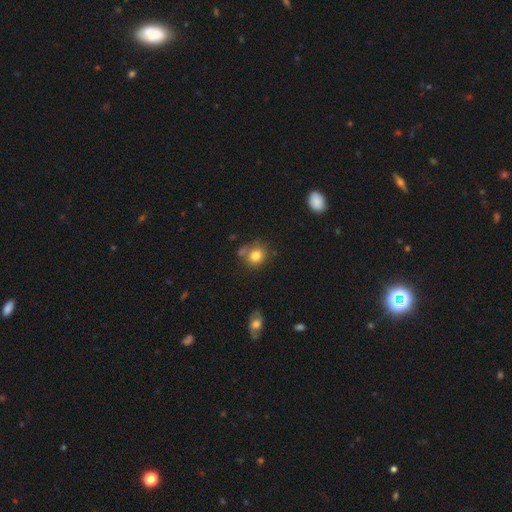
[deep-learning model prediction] Smooth or featured?
  - smooth: 81% *
  - star or artifact: 11%
  - featured or disk: 8%
How rounded?
  - round: 77% *
  - in between: 22%
  - cigar-shaped: 1%
Merging?
  - none: 65% *
  - merger: 16%
  - minor disturbance: 15%
  - major disturbance: 5%